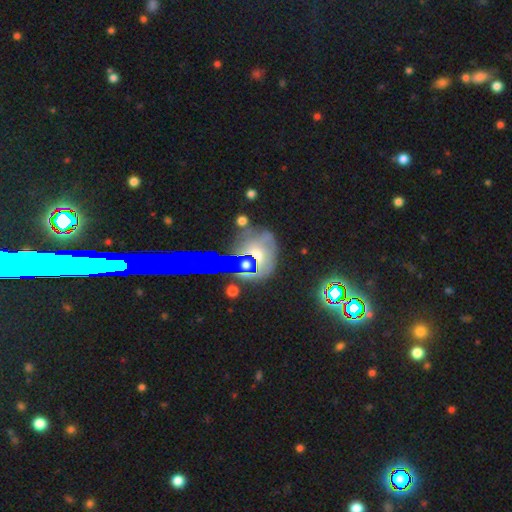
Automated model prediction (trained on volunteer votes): Smooth or featured? Predicted: featured or disk (p=0.36). Merging? Predicted: none (p=0.57).